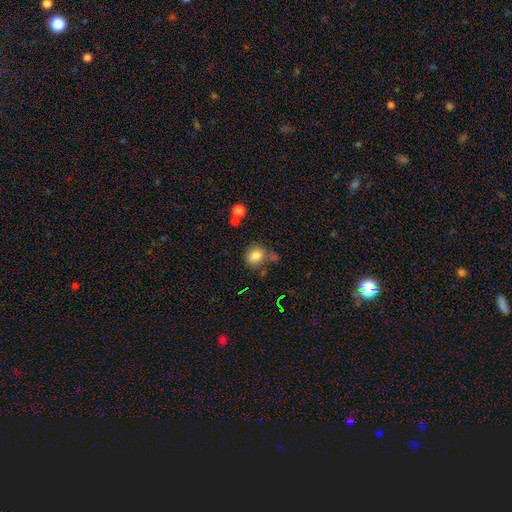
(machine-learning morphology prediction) type=smooth (81%); roundness=round (67%); merging=none (67%).